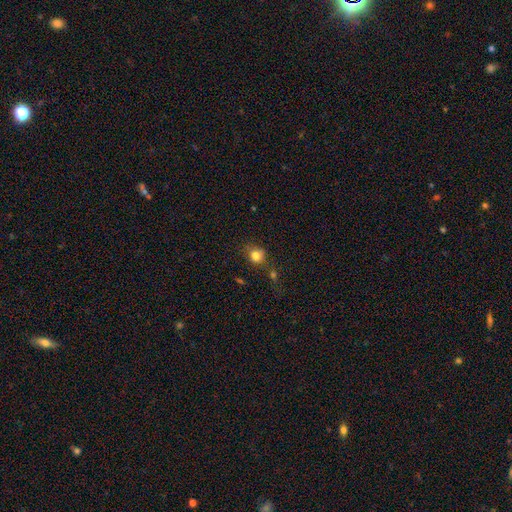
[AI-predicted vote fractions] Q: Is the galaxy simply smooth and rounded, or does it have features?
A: smooth — 80%.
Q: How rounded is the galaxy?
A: round — 75%.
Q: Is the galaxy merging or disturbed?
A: none — 58%.